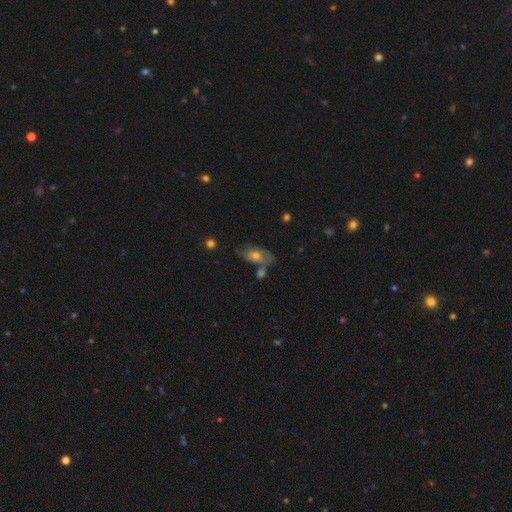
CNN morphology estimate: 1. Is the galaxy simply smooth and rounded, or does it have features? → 46% featured or disk, 43% smooth, 11% star or artifact.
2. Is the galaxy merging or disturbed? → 56% none, 20% minor disturbance, 15% merger, 8% major disturbance.